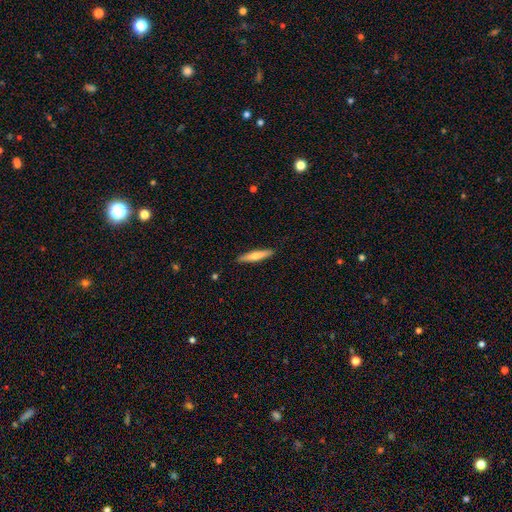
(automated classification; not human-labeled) This is likely a smooth galaxy (63%). How rounded: clearly cigar-shaped (90%). Merging: clearly none (90%).